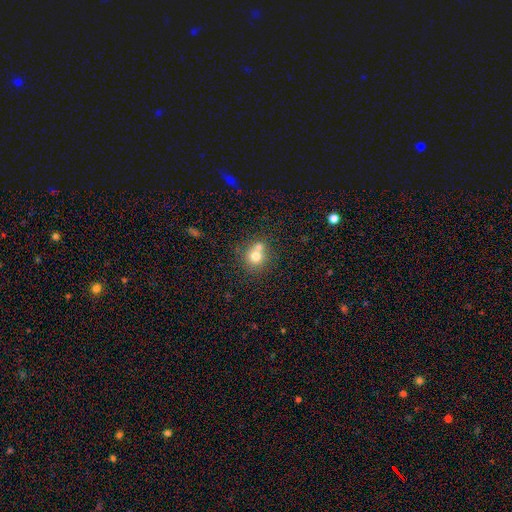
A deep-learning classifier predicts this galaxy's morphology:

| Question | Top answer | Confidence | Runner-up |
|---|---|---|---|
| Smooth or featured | smooth | 73% | featured or disk (15%) |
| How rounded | round | 84% | in between (15%) |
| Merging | merger | 45% | none (44%) |